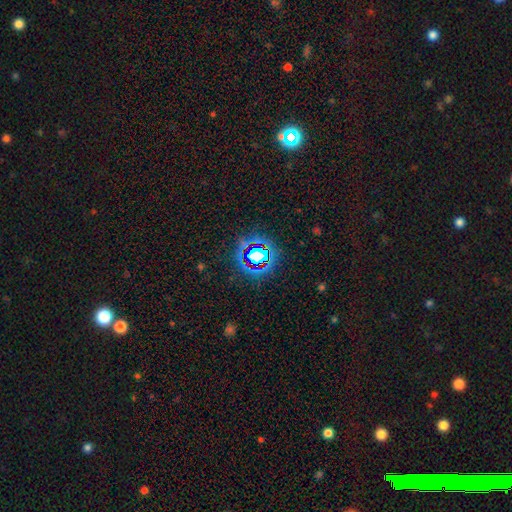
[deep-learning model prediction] Smooth or featured? Predicted: star or artifact (p=0.65).